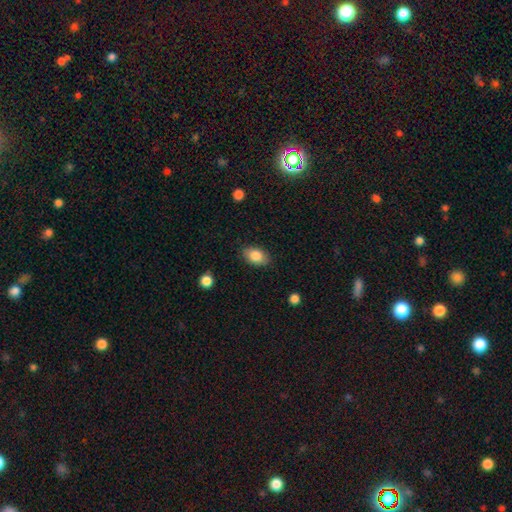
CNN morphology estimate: Smooth or featured?
  - smooth: 85% *
  - featured or disk: 8%
  - star or artifact: 7%
How rounded?
  - in between: 88% *
  - round: 11%
  - cigar-shaped: 1%
Merging?
  - none: 85% *
  - minor disturbance: 12%
  - major disturbance: 3%
  - merger: 1%